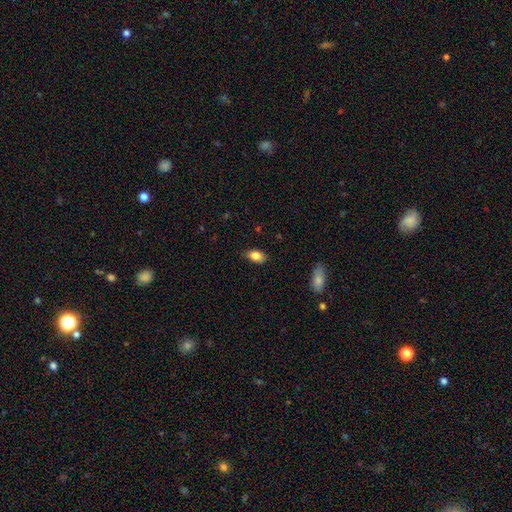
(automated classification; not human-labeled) A smooth galaxy with no disk features (83%) that is in between round and cigar-shaped (88%).

Vote fractions:
- Smooth or featured? smooth: 83% / featured or disk: 9% / star or artifact: 8%
- How rounded? in between: 88% / round: 9% / cigar-shaped: 3%
- Merging? none: 81% / minor disturbance: 15% / major disturbance: 3% / merger: 1%